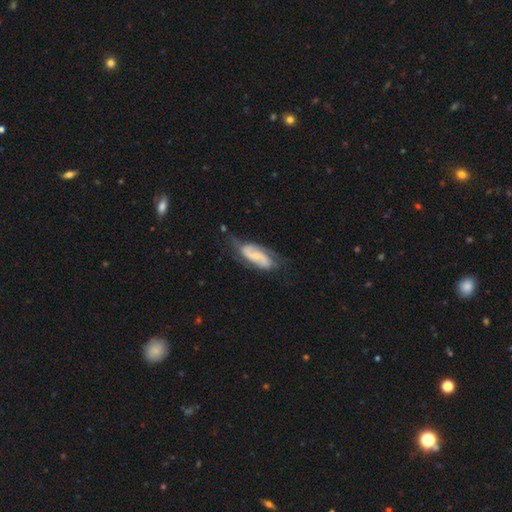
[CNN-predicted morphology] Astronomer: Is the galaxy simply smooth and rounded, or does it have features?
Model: featured or disk — 70%.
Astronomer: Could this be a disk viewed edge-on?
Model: no — 93%.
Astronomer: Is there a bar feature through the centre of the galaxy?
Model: no — 45% (runner-up: weak, 39%).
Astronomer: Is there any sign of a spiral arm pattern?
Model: yes — 91%.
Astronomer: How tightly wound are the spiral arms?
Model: medium — 44% (runner-up: loose, 31%).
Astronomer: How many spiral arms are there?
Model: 2 — 84%.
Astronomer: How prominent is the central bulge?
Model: small — 61%.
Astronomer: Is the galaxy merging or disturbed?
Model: none — 60%.